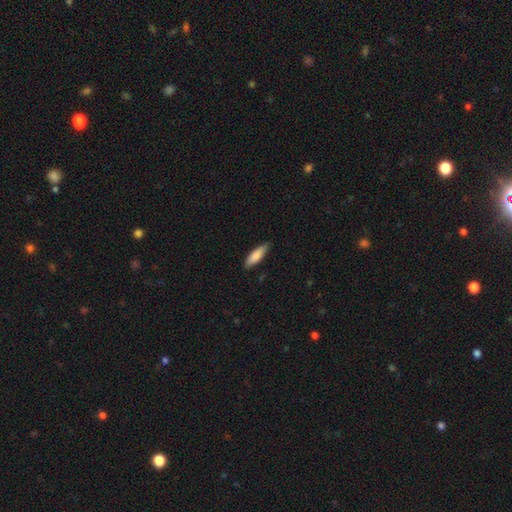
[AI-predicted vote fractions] Smooth or featured? Predicted: smooth (p=0.83). How rounded? Predicted: cigar-shaped (p=0.51). Merging? Predicted: none (p=0.81).